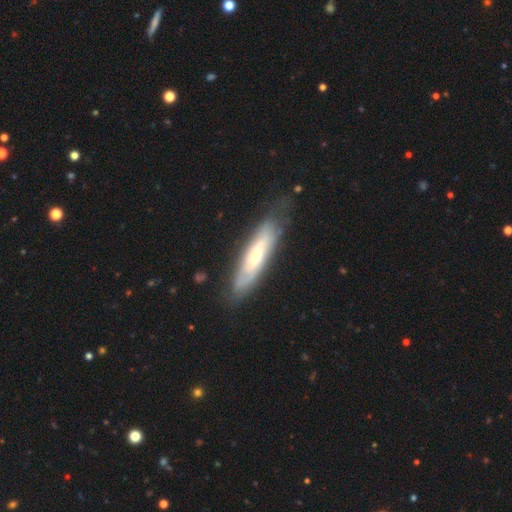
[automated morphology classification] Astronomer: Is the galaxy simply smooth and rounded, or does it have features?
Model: featured or disk — 55% (runner-up: smooth, 40%).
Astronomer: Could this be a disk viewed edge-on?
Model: no — 57% (runner-up: yes, 43%).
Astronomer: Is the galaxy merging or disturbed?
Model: none — 71%.